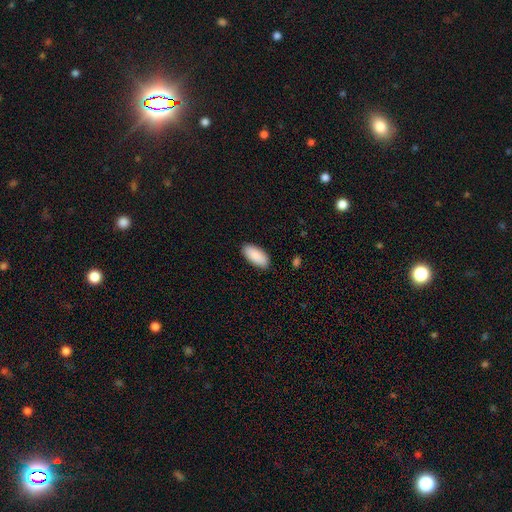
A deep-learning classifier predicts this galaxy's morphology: Smooth or featured: smooth — 90% (star or artifact — 6%)
How rounded: in between — 92% (cigar-shaped — 7%)
Merging: none — 88% (minor disturbance — 9%)